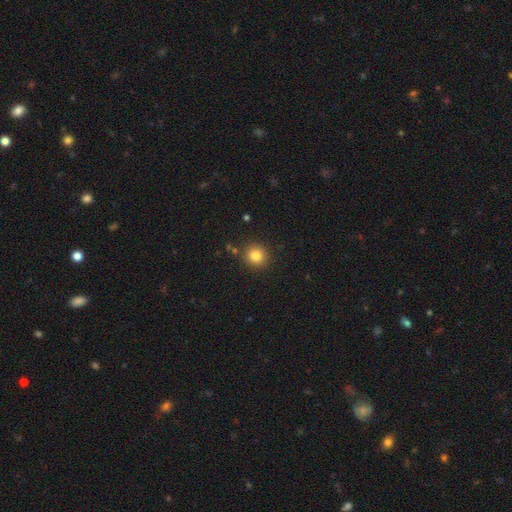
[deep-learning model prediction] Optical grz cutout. It shows a smooth galaxy with no disk features (83%) that is round (92%). Merging: none (88%).